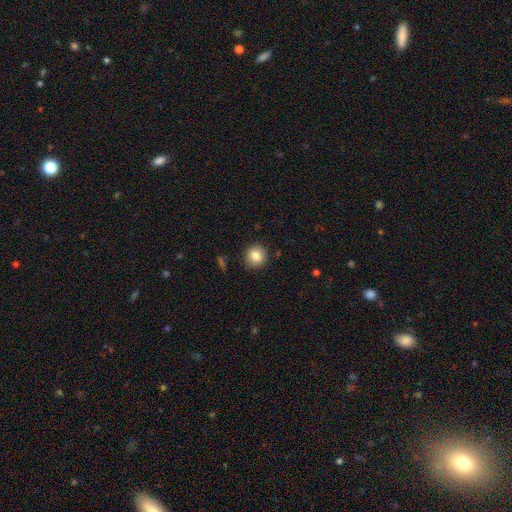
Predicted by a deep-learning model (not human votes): Smooth or featured? smooth (84%)
How rounded? round (91%)
Merging? none (89%)